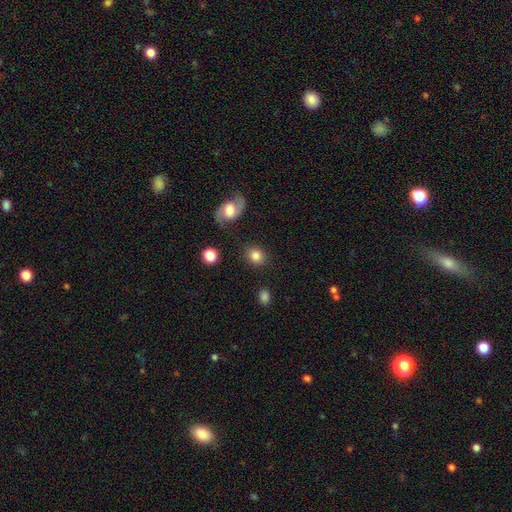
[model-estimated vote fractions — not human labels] Smooth or featured?
  - smooth: 82% *
  - featured or disk: 10%
  - star or artifact: 8%
How rounded?
  - round: 62% *
  - in between: 37%
  - cigar-shaped: 1%
Merging?
  - none: 84% *
  - minor disturbance: 9%
  - merger: 3%
  - major disturbance: 3%